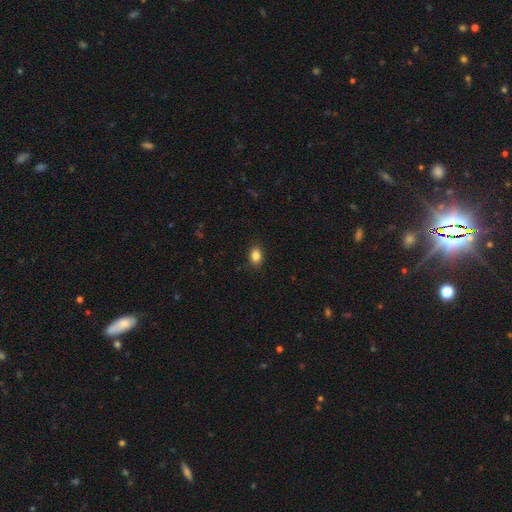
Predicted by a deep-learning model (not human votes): A smooth galaxy with no disk features (86%) that is in between round and cigar-shaped (74%). Merging: none (89%).